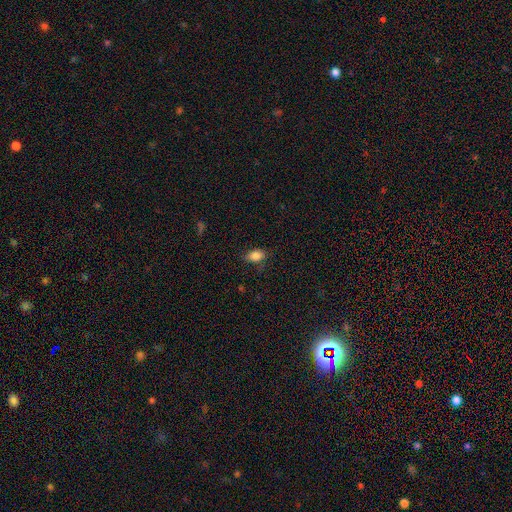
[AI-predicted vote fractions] Smooth or featured?
  - smooth: 85% *
  - star or artifact: 9%
  - featured or disk: 6%
How rounded?
  - in between: 87% *
  - round: 10%
  - cigar-shaped: 3%
Merging?
  - none: 76% *
  - minor disturbance: 18%
  - major disturbance: 5%
  - merger: 1%